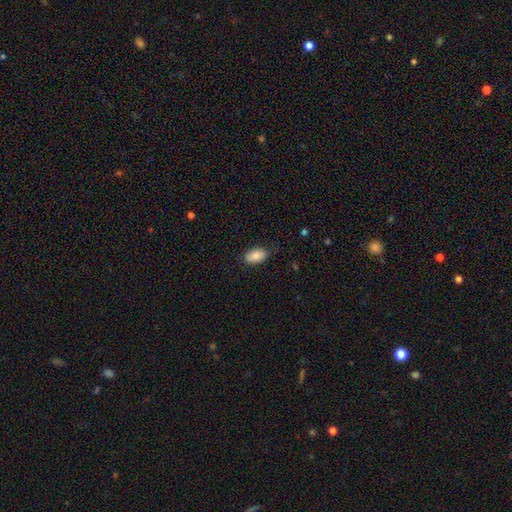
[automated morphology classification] Smooth or featured: smooth — 85% (featured or disk — 8%)
How rounded: in between — 93% (round — 5%)
Merging: none — 81% (minor disturbance — 15%)